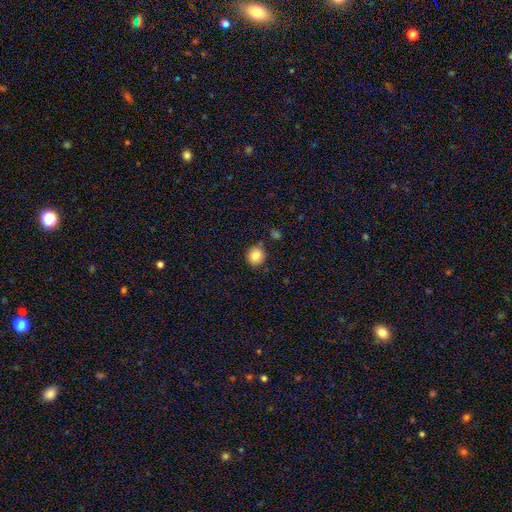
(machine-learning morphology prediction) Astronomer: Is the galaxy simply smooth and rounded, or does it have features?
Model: smooth — 85%.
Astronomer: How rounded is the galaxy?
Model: round — 90%.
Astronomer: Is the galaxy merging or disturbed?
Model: none — 84%.